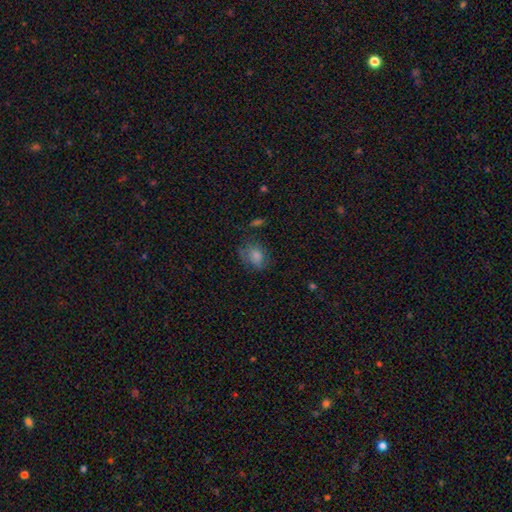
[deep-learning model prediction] Morphology: type=smooth (77%); roundness=in between (57%); merging=none (57%).